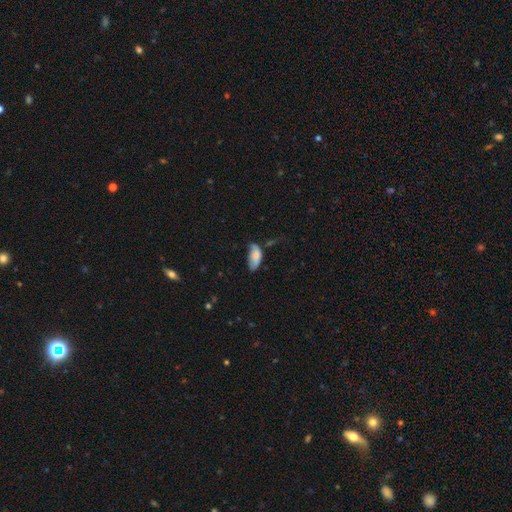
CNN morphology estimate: Q: Smooth or featured?
A: smooth (75%); runner-up: featured or disk (17%)
Q: How rounded?
A: in between (91%); runner-up: cigar-shaped (6%)
Q: Merging?
A: minor disturbance (40%); runner-up: none (34%)